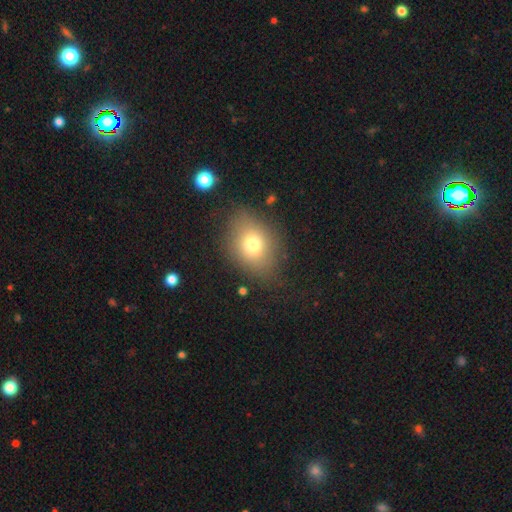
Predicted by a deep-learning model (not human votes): Overall: smooth (70%). How rounded: in between (61%; round 37%). Merging: none (78%).